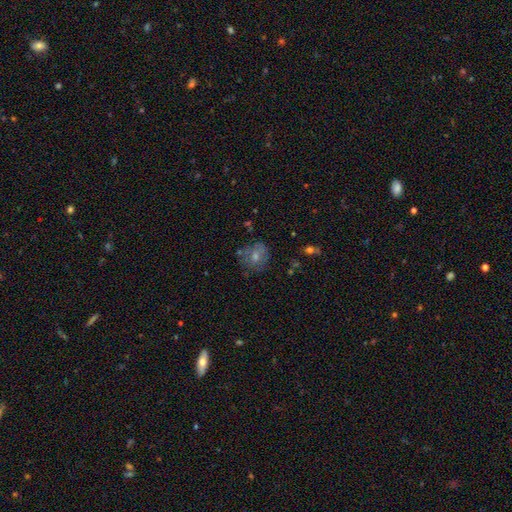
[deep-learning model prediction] This appears to be a smooth galaxy with no disk features (44%). Merging: none (72%).